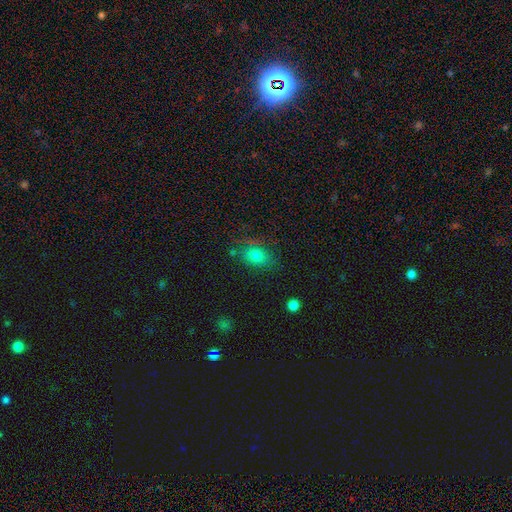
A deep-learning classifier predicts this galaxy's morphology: Smooth or featured? Predicted: smooth (p=0.77). How rounded? Predicted: in between (p=0.68). Merging? Predicted: none (p=0.70).